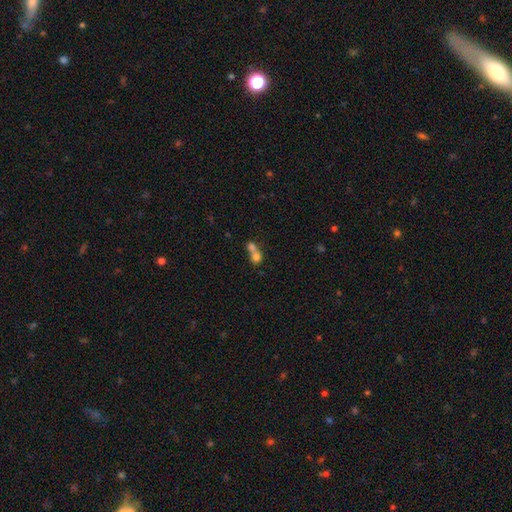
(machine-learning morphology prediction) This appears to be a smooth galaxy with no disk features (72%) that is round (63%). Merging: merger (72%).